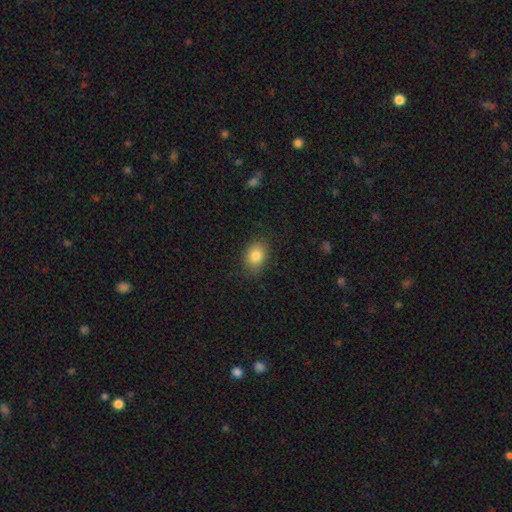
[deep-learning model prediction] Smooth or featured? smooth (83%)
How rounded? in between (58%)
Merging? none (82%)